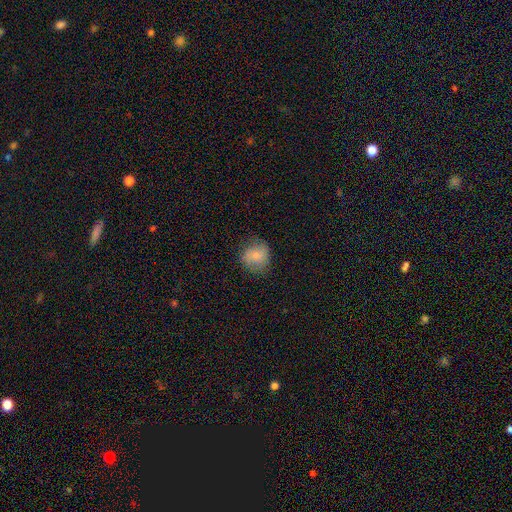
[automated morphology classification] Smooth or featured: smooth — 80% (featured or disk — 11%)
How rounded: round — 80% (in between — 19%)
Merging: none — 75% (minor disturbance — 18%)